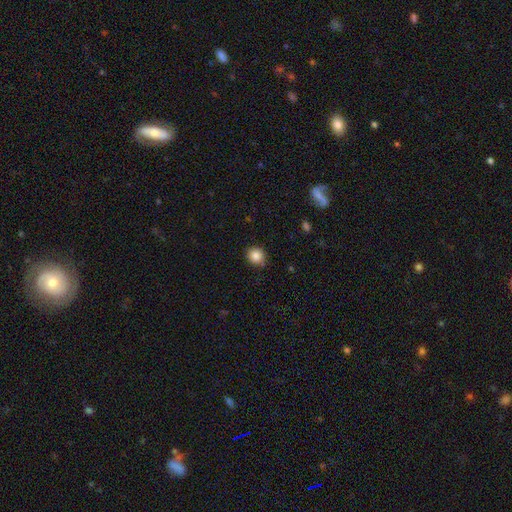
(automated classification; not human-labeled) Overall: smooth (85%). How rounded: round (86%). Merging: none (83%).